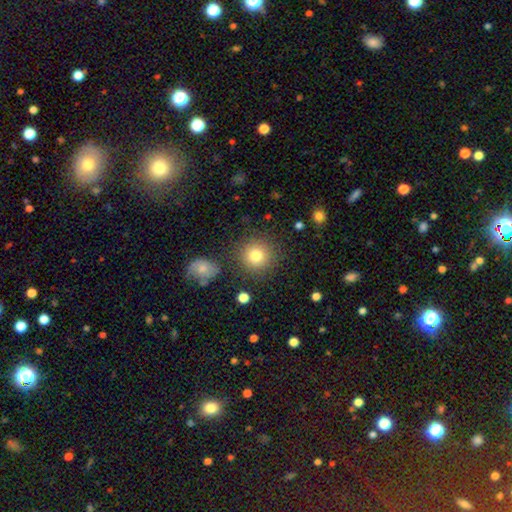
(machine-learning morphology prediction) Overall: smooth (80%). How rounded: round (92%). Merging: none (84%).